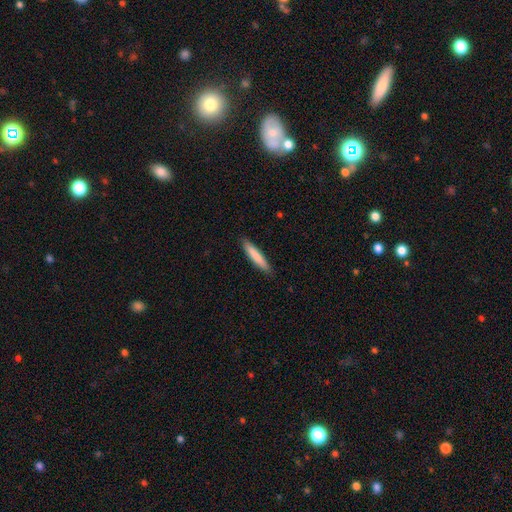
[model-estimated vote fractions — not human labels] Smooth or featured? Predicted: smooth (p=0.82). How rounded? Predicted: cigar-shaped (p=0.91). Merging? Predicted: none (p=0.90).